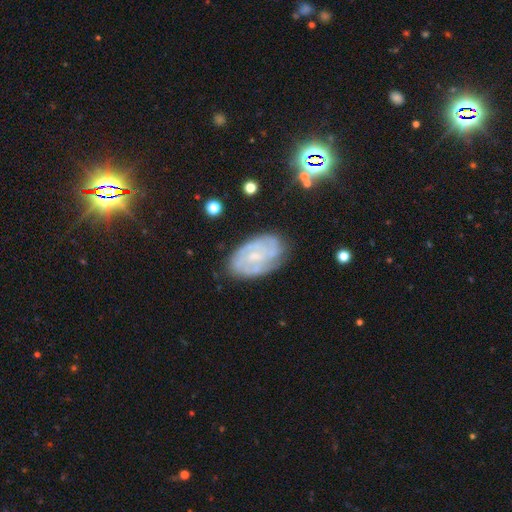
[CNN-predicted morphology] featured or disk 73%, smooth 19%, star or artifact 8%. Down the decision tree: edge-on disk — no (96%); bar — no (60%); spiral arms — yes (87%); spiral arm count — can't tell (43%); spiral winding — tight (61%); bulge size — small (64%); merging — none (72%).